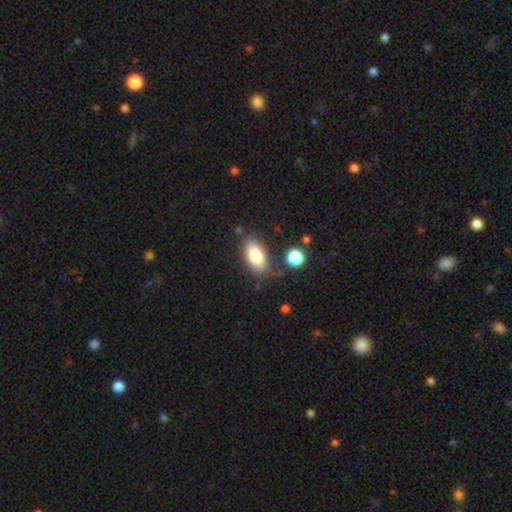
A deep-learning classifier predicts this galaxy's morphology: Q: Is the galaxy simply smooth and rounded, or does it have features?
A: smooth — 84%.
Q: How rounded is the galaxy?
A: in between — 90%.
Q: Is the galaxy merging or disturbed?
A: none — 78%.